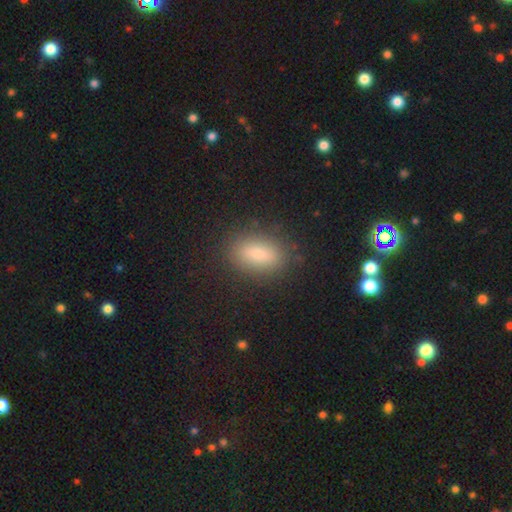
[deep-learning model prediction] Overall: smooth (78%). How rounded: in between (80%). Merging: none (85%).